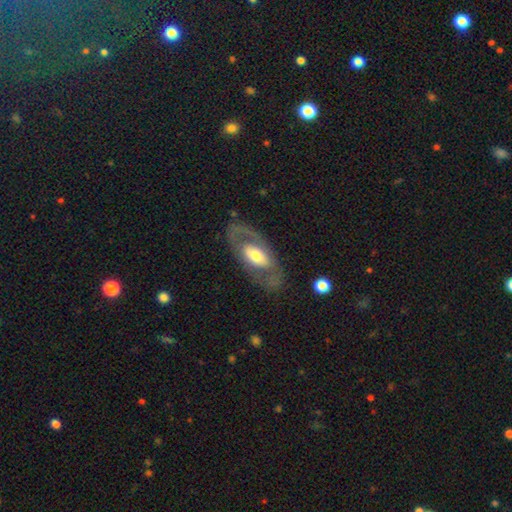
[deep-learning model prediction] A featured or disk galaxy (61%) with no bar (67%), no spiral arms (63%) and a moderate central bulge (61%). Merging: none (70%).